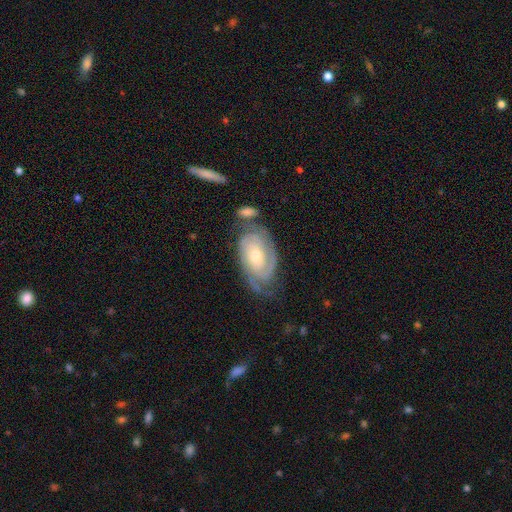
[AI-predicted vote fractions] Q: Smooth or featured?
A: featured or disk (84%); runner-up: smooth (11%)
Q: Edge-on disk?
A: no (95%); runner-up: yes (5%)
Q: Bar?
A: no (68%); runner-up: weak (26%)
Q: Spiral arms?
A: yes (96%); runner-up: no (4%)
Q: Spiral winding?
A: tight (73%); runner-up: medium (22%)
Q: Spiral arm count?
A: 2 (52%); runner-up: can't tell (22%)
Q: Bulge size?
A: moderate (52%); runner-up: small (41%)
Q: Merging?
A: none (62%); runner-up: minor disturbance (20%)